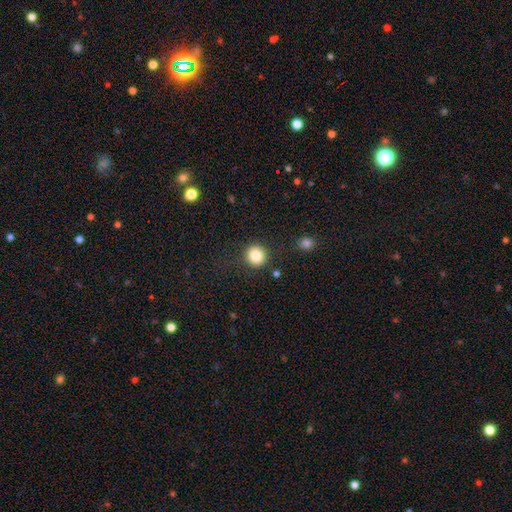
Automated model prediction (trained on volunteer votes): Smooth or featured? smooth (85%)
How rounded? round (92%)
Merging? none (86%)